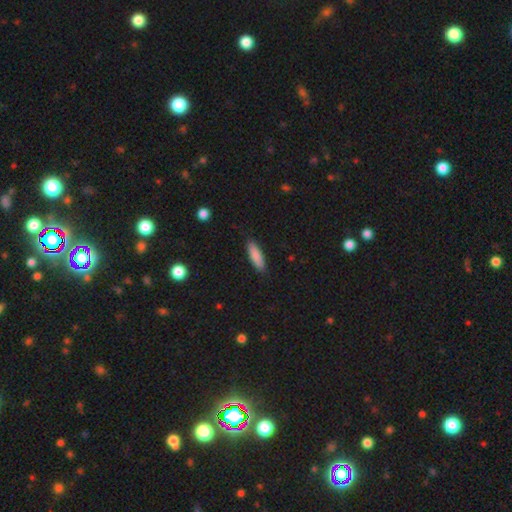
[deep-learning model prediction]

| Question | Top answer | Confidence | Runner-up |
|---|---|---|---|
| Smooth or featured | smooth | 87% | featured or disk (7%) |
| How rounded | cigar-shaped | 57% | in between (42%) |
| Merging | none | 88% | minor disturbance (9%) |